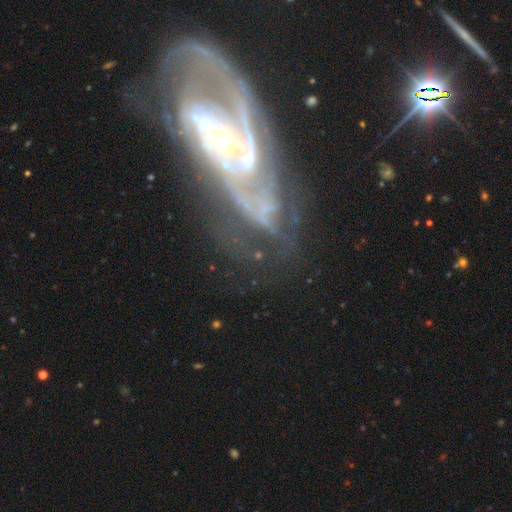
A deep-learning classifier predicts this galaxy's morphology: The model was most divided on "spiral winding": tight: 49%, medium: 38%, loose: 13%. Remaining: spiral arms — yes (93%); edge-on disk — no (93%); smooth or featured — featured or disk (87%); bulge size — small (61%); bar — no (58%); merging — none (52%); spiral arm count — 2 (43%).